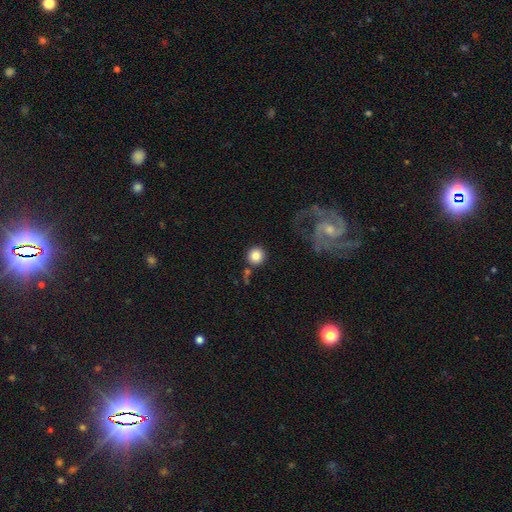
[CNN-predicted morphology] Overall: smooth (84%). How rounded: round (93%). Merging: none (78%).